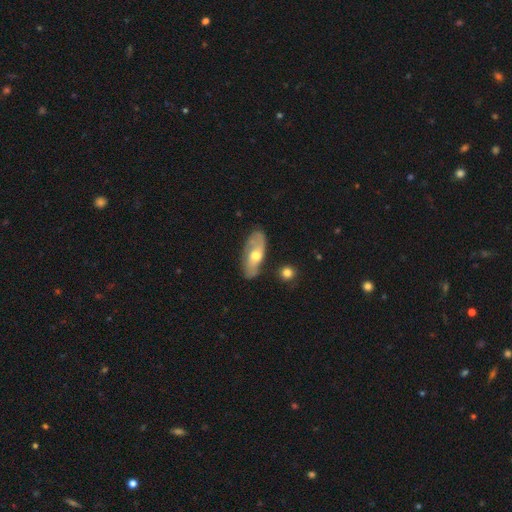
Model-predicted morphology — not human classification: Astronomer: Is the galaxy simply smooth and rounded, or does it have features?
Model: featured or disk — 54% (runner-up: smooth, 41%).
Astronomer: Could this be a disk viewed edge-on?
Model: no — 80%.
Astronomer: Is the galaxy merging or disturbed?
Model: none — 70%.